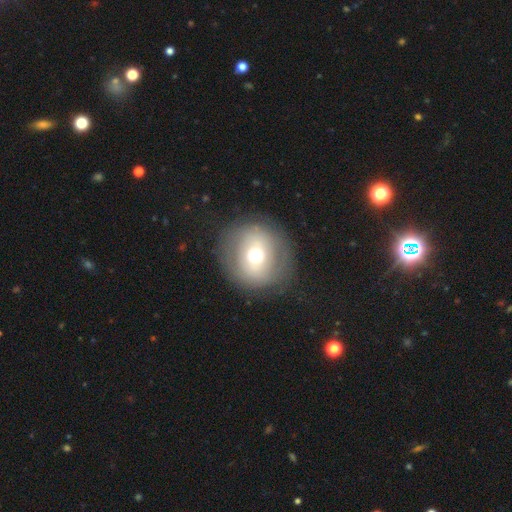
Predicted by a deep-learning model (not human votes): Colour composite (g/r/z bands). It shows a smooth galaxy with no disk features (57%) that is round (89%). Merging: none (82%).